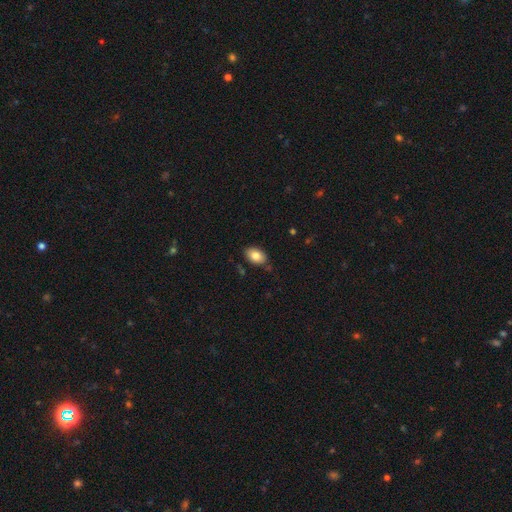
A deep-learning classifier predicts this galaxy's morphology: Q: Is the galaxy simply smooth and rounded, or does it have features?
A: smooth — 82%.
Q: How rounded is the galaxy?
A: in between — 89%.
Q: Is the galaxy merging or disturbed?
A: none — 81%.